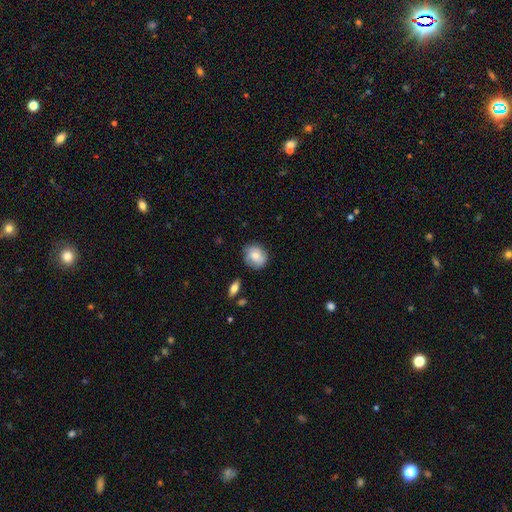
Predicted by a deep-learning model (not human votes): smooth 65%, featured or disk 28%, star or artifact 7%. Down the decision tree: how rounded — round (74%); merging — none (76%).